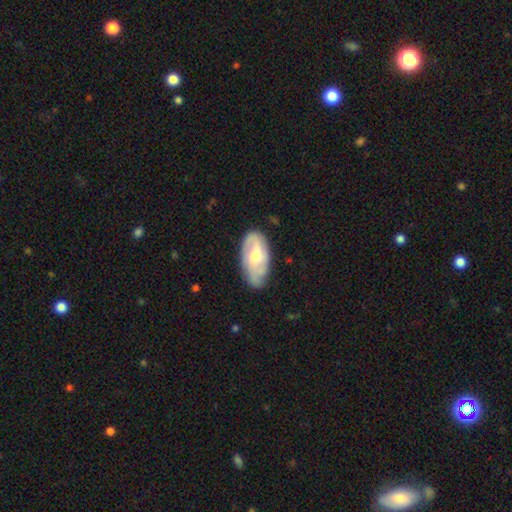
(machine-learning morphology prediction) Q: Smooth or featured?
A: featured or disk (63%); runner-up: smooth (31%)
Q: Edge-on disk?
A: no (94%); runner-up: yes (6%)
Q: Bar?
A: no (52%); runner-up: weak (40%)
Q: Spiral arms?
A: yes (87%); runner-up: no (13%)
Q: Spiral winding?
A: medium (42%); runner-up: tight (38%)
Q: Spiral arm count?
A: 2 (44%); runner-up: can't tell (29%)
Q: Bulge size?
A: moderate (58%); runner-up: small (29%)
Q: Merging?
A: none (64%); runner-up: minor disturbance (26%)